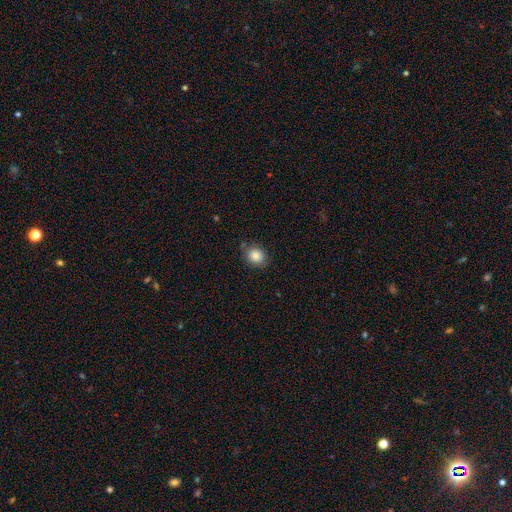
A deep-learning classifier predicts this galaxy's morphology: smooth 85%, star or artifact 9%, featured or disk 6%. Down the decision tree: how rounded — round (69%); merging — none (79%).